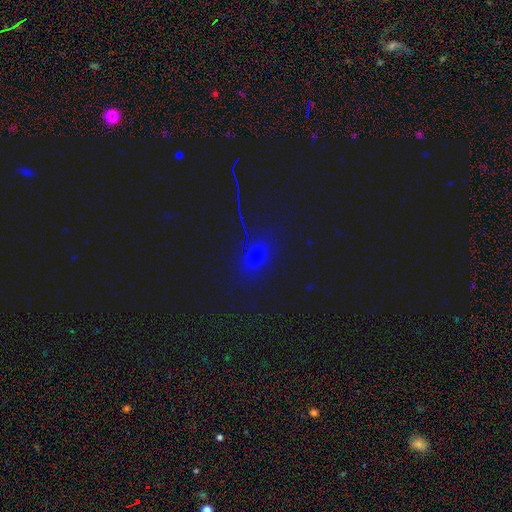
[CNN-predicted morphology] A smooth galaxy with no disk features (63%) that is in between round and cigar-shaped (58%). Merging: none (82%).